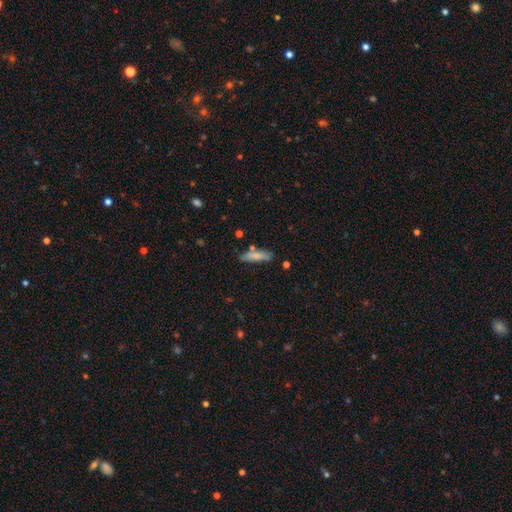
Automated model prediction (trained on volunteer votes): smooth_or_featured: smooth (p=0.79) [alt: featured or disk p=0.14]
how_rounded: cigar-shaped (p=0.70) [alt: in between p=0.28]
merging: none (p=0.74) [alt: minor disturbance p=0.16]